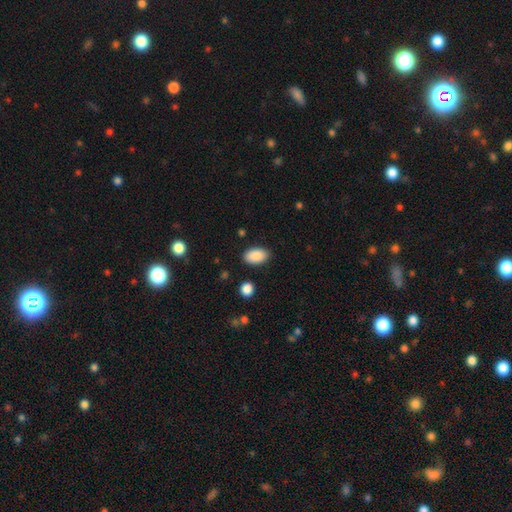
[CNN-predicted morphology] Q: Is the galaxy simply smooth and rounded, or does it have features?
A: smooth — 89%.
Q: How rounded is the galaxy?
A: in between — 93%.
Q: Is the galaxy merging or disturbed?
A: none — 87%.